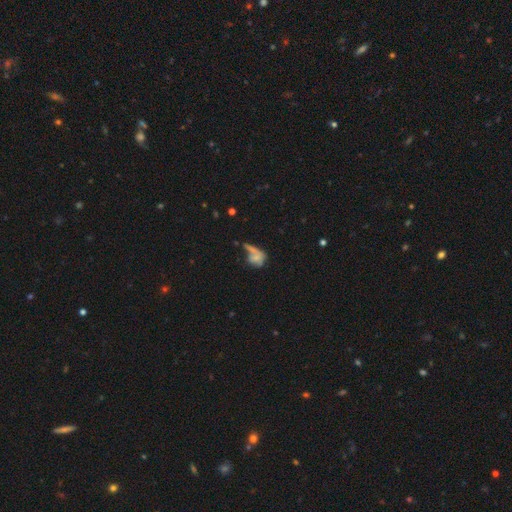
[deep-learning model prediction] smooth-or-featured: smooth: 55% | featured or disk: 32% | star or artifact: 13%
  how-rounded: in between: 53% | round: 38% | cigar-shaped: 9%
  merging: none: 29% | merger: 28% | major disturbance: 28% | minor disturbance: 16%